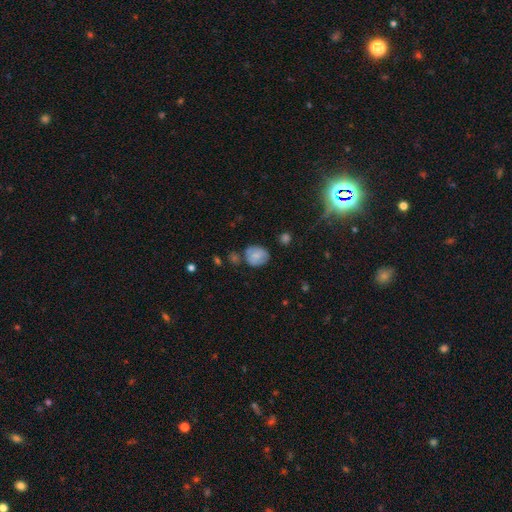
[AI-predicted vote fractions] Morphology: type=smooth (70%); roundness=round (61%); merging=none (60%).